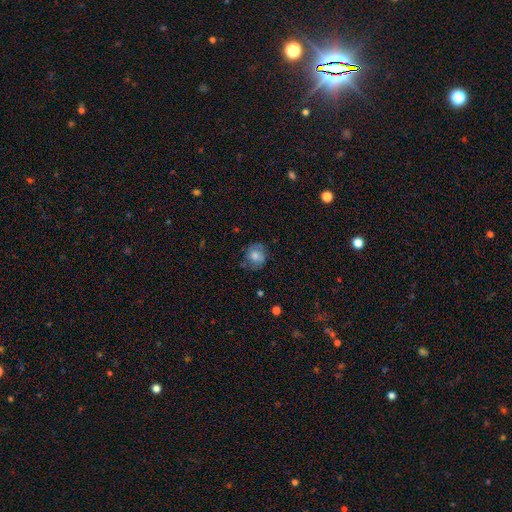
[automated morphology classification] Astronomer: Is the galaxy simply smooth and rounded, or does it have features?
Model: smooth — 66%.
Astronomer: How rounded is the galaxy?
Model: round — 73%.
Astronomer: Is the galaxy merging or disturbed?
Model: none — 65%.